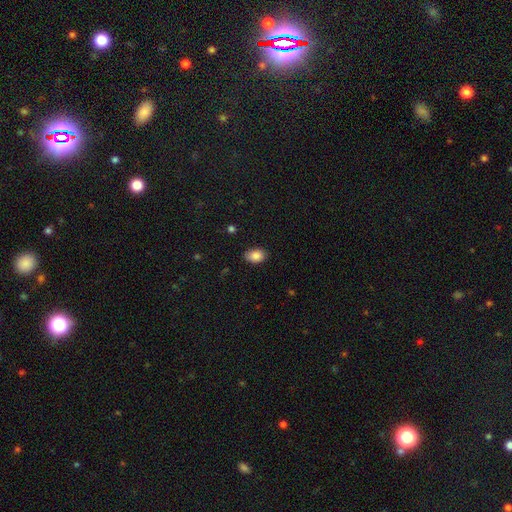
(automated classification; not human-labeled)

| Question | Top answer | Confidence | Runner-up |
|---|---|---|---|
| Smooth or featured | smooth | 87% | star or artifact (8%) |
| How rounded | in between | 86% | round (13%) |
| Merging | none | 84% | minor disturbance (13%) |